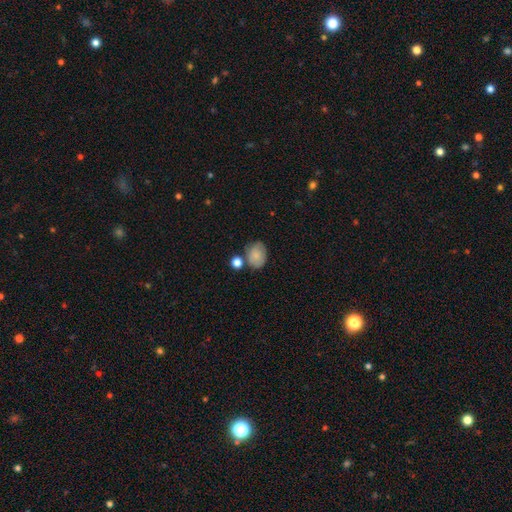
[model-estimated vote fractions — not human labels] The model was most divided on "how rounded": in between: 64%, round: 35%, cigar-shaped: 1%. More confident: smooth or featured — smooth (80%); merging — none (60%).